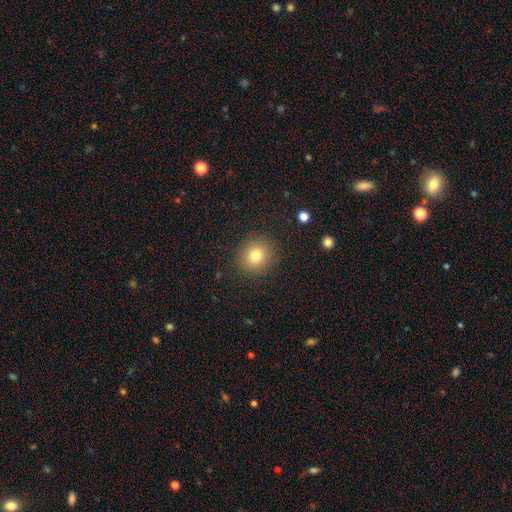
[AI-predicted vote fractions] The model was most divided on "how rounded": round: 82%, in between: 17%, cigar-shaped: 1%. More confident: merging — none (88%); smooth or featured — smooth (79%).